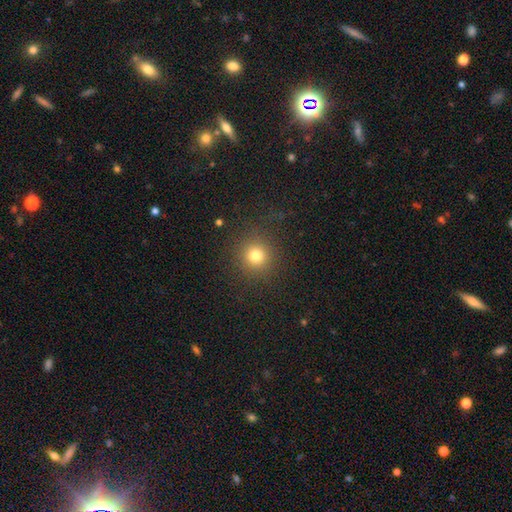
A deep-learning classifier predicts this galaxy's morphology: Smooth or featured?
  - smooth: 77% *
  - star or artifact: 16%
  - featured or disk: 7%
How rounded?
  - round: 93% *
  - in between: 6%
  - cigar-shaped: 1%
Merging?
  - none: 88% *
  - minor disturbance: 7%
  - major disturbance: 4%
  - merger: 1%